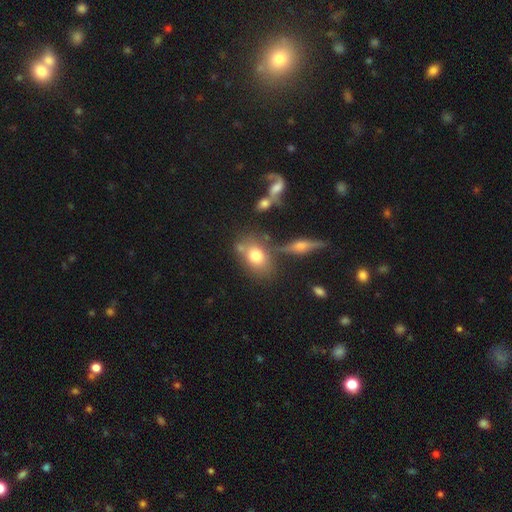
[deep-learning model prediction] Smooth or featured? Predicted: smooth (p=0.71). How rounded? Predicted: in between (p=0.66). Merging? Predicted: none (p=0.62).